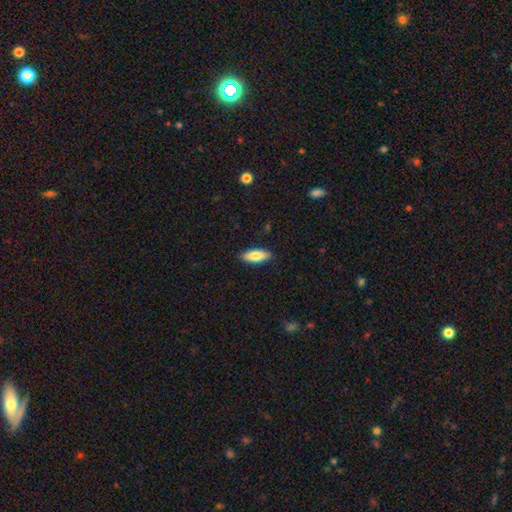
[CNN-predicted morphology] type=smooth (81%); roundness=in between (69%); merging=none (88%).